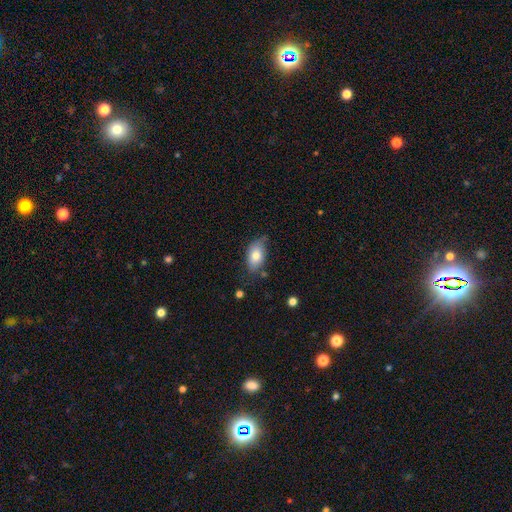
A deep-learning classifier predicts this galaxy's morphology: Smooth or featured? Predicted: smooth (p=0.77). How rounded? Predicted: in between (p=0.91). Merging? Predicted: none (p=0.62).